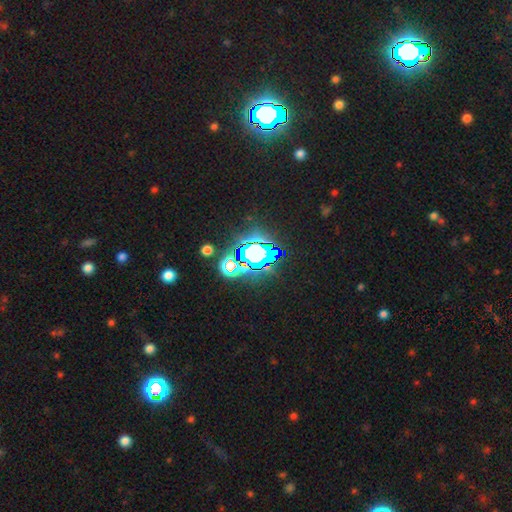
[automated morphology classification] Smooth or featured?
  - star or artifact: 69% *
  - smooth: 18%
  - featured or disk: 12%